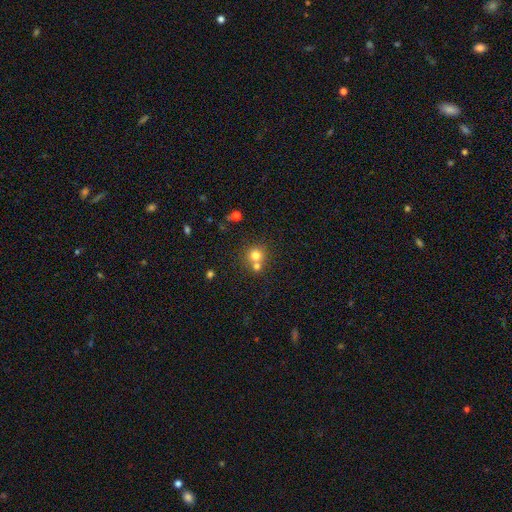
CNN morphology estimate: smooth 75%, star or artifact 14%, featured or disk 11%. Down the decision tree: how rounded — round (89%); merging — none (50%).